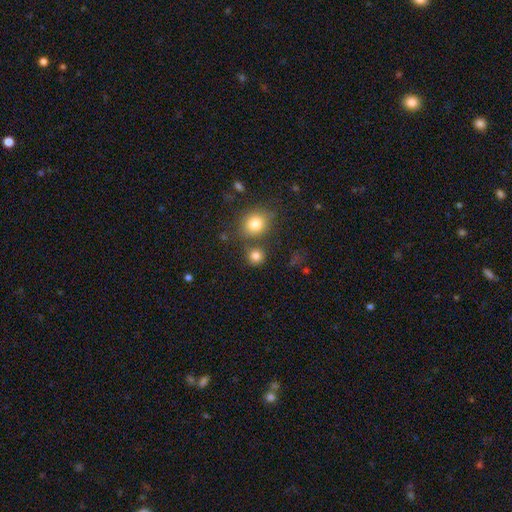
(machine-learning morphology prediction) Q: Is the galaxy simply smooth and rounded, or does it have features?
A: smooth — 81%.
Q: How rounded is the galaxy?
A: round — 87%.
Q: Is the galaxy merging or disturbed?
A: none — 72%.